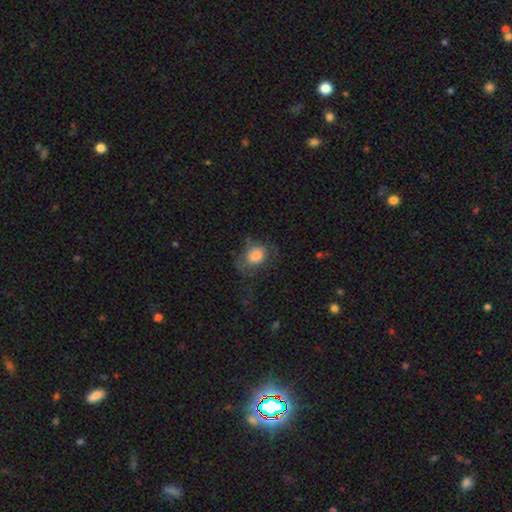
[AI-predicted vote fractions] Smooth or featured? Predicted: smooth (p=0.74). How rounded? Predicted: in between (p=0.61). Merging? Predicted: none (p=0.41).